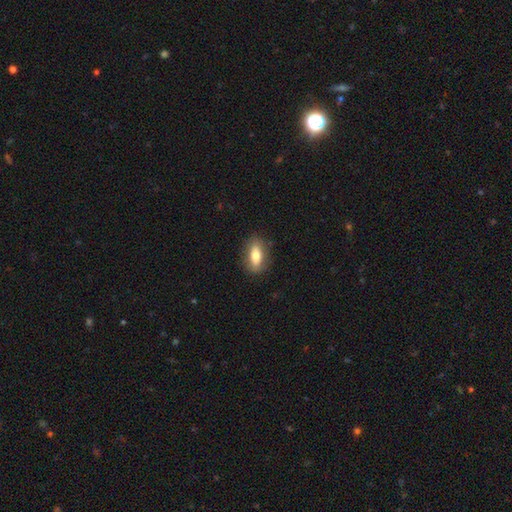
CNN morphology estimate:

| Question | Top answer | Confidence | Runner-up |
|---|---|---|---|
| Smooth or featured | smooth | 73% | featured or disk (20%) |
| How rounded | in between | 77% | cigar-shaped (17%) |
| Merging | none | 84% | minor disturbance (12%) |